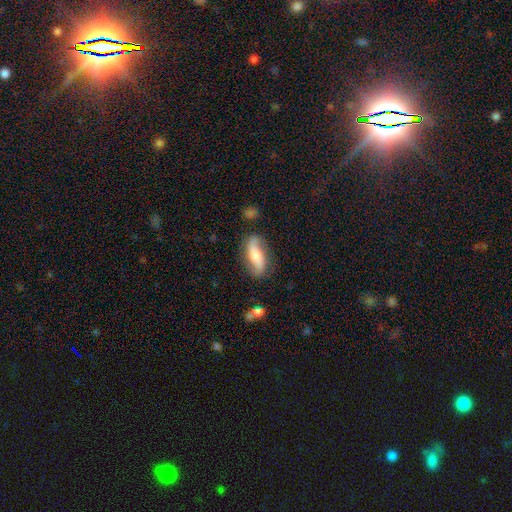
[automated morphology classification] A featured or disk galaxy (57%).

Vote fractions:
- Smooth or featured? featured or disk: 57% / smooth: 37% / star or artifact: 7%
- Edge-on disk? no: 76% / yes: 24%
- Merging? none: 78% / minor disturbance: 16% / major disturbance: 4% / merger: 2%